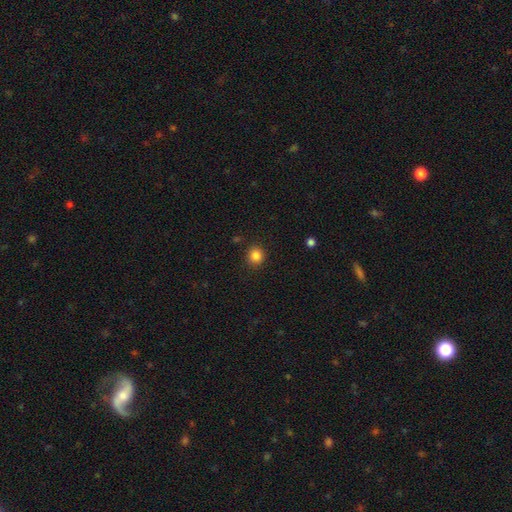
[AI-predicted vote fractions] Smooth or featured? Predicted: smooth (p=0.84). How rounded? Predicted: round (p=0.89). Merging? Predicted: none (p=0.90).